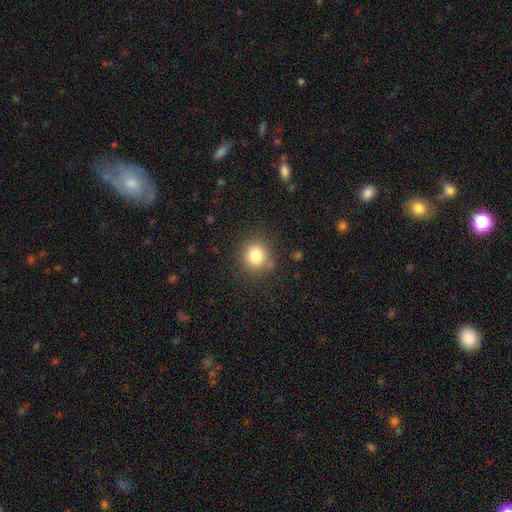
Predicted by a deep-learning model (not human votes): This is clearly a smooth galaxy (81%). How rounded: clearly round (88%). Merging: clearly none (83%).